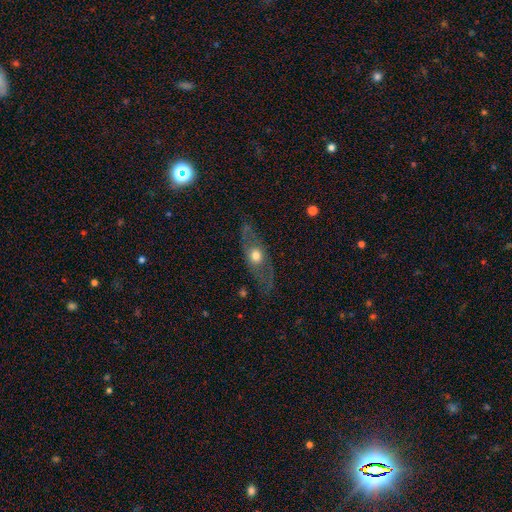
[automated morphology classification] Smooth or featured? Predicted: featured or disk (p=0.56). Edge-on disk? Predicted: no (p=0.57). Merging? Predicted: none (p=0.75).